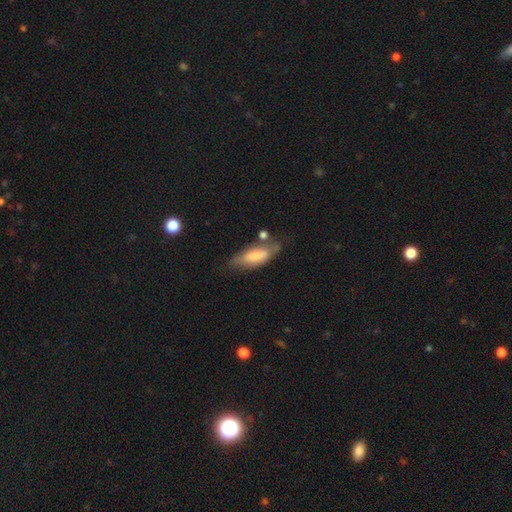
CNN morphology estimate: A smooth galaxy with no disk features (68%) that is in between round and cigar-shaped (71%). Merging: none (51%).